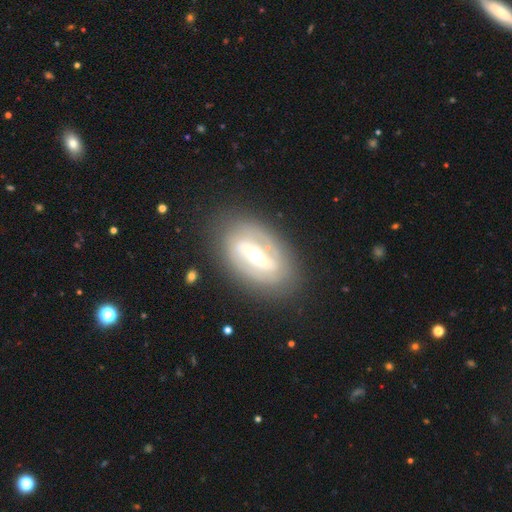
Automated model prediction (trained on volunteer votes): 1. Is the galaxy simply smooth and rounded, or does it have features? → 79% featured or disk, 15% smooth, 6% star or artifact.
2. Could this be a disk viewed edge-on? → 87% no, 13% yes.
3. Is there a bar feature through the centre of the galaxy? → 70% strong, 21% weak, 9% no.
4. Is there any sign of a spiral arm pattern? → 59% yes, 41% no.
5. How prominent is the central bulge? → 54% moderate, 40% small, 4% large, 1% dominant, 1% none.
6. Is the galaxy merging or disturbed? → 81% none, 13% minor disturbance, 5% major disturbance, 2% merger.